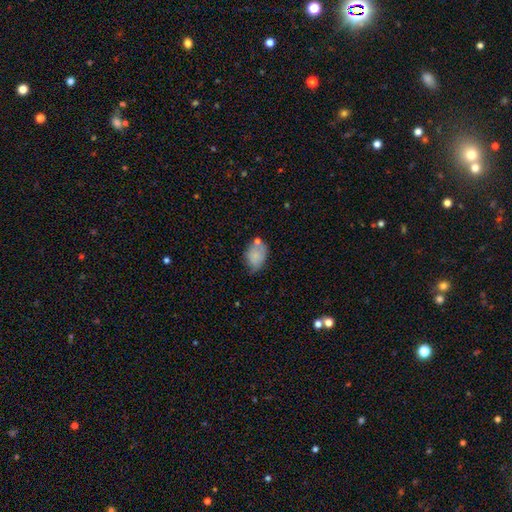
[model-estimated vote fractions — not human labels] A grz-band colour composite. It shows a smooth galaxy with no disk features (76%) that is in between round and cigar-shaped (79%). Merging: none (41%).